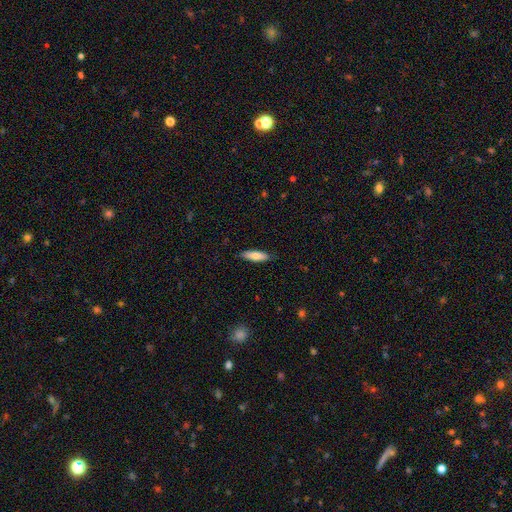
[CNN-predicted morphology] smooth 80%, featured or disk 14%, star or artifact 6%. Down the decision tree: how rounded — cigar-shaped (52%); merging — none (86%).